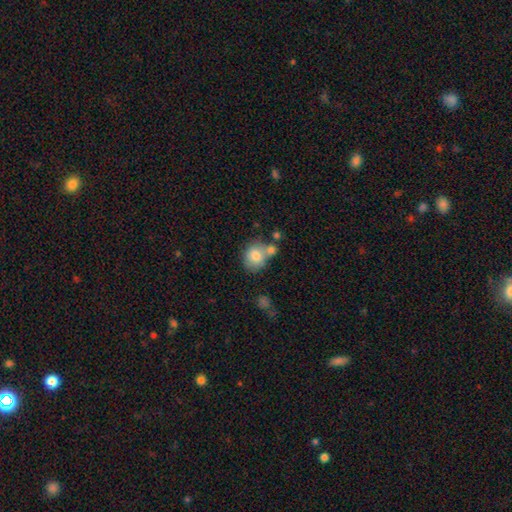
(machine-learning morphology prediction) The model was most divided on "merging": none: 48%, merger: 31%, minor disturbance: 15%, major disturbance: 6%. More confident: smooth or featured — smooth (78%); how rounded — round (68%).